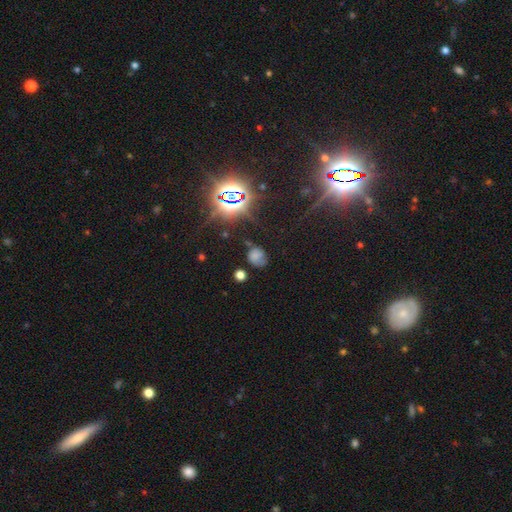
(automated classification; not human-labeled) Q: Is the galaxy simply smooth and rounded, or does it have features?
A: smooth — 54%.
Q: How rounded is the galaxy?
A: round — 58%.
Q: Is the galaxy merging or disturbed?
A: none — 55%.